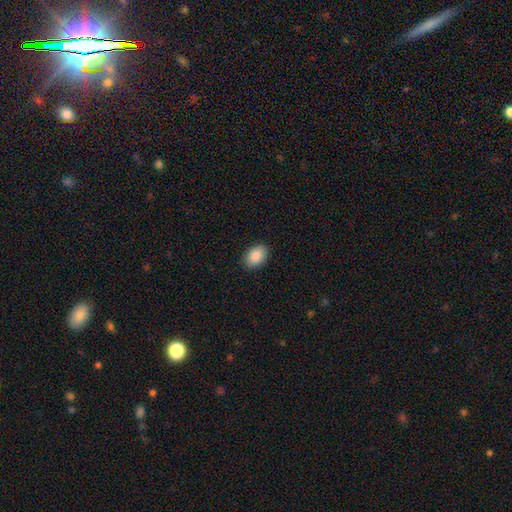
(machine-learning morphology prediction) Overall: smooth (89%). How rounded: in between (87%). Merging: none (89%).